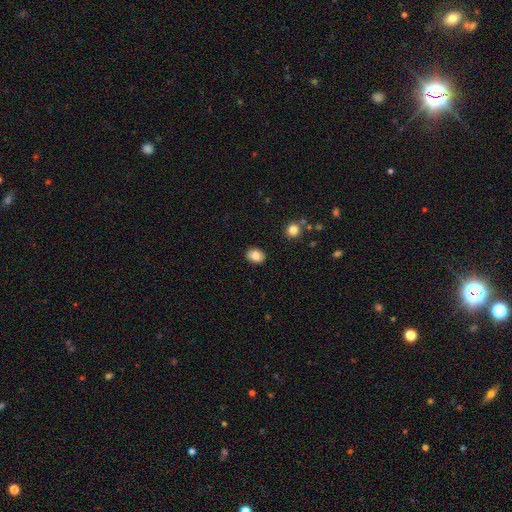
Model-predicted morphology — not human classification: Overall: smooth (83%). How rounded: in between (69%; round 30%). Merging: none (87%).